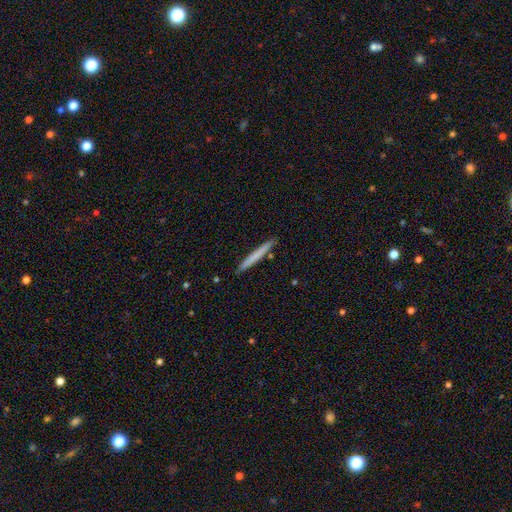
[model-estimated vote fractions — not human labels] The model was most divided on "smooth or featured": smooth: 68%, featured or disk: 27%, star or artifact: 5%. More confident: how rounded — cigar-shaped (97%); merging — none (92%).